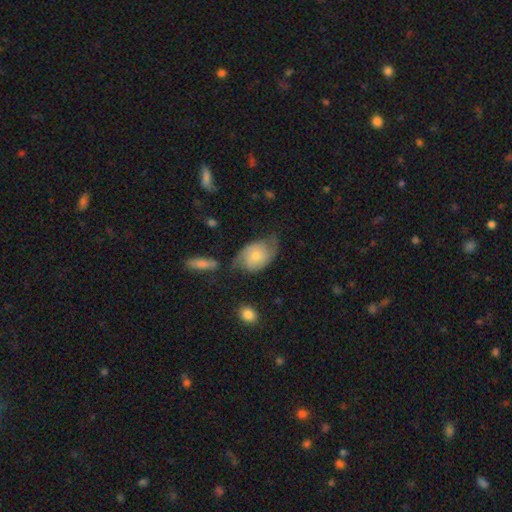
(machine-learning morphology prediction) smooth-or-featured: featured or disk: 51% | smooth: 42% | star or artifact: 7%
  disk-edge-on: no: 95% | yes: 5%
  merging: none: 46% | minor disturbance: 32% | major disturbance: 16% | merger: 6%